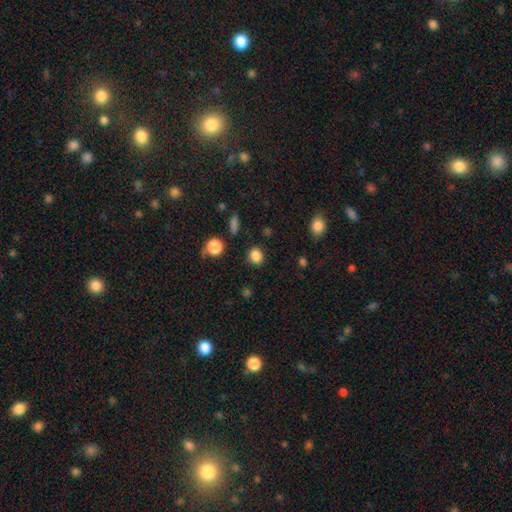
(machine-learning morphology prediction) smooth 84%, star or artifact 12%, featured or disk 4%. Down the decision tree: how rounded — round (68%); merging — none (86%).